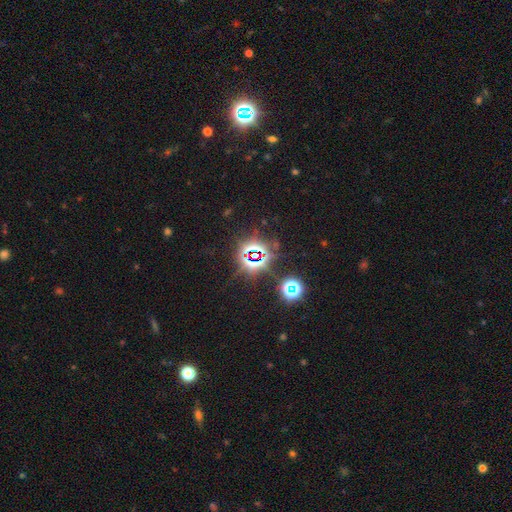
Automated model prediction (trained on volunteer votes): Overall: star or artifact (81%).